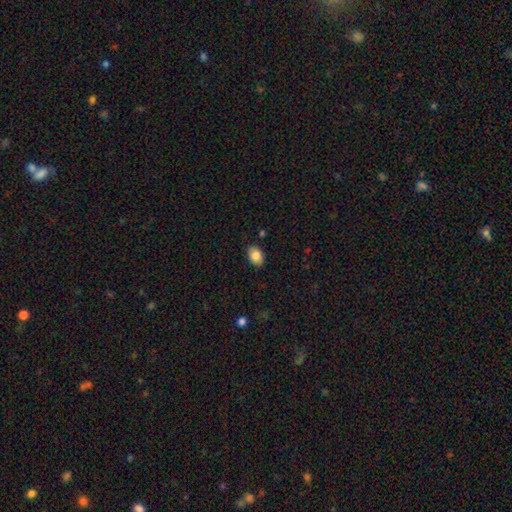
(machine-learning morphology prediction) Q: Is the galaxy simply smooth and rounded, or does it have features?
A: smooth — 85%.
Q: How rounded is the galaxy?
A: in between — 82%.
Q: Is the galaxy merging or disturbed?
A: none — 86%.